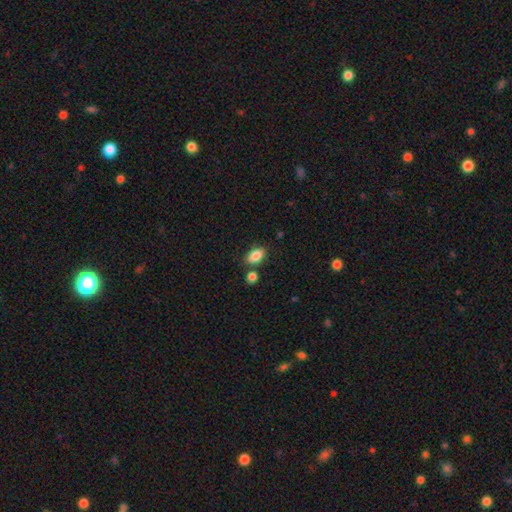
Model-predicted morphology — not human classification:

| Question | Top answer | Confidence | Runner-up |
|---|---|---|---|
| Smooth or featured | smooth | 85% | star or artifact (8%) |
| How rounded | in between | 87% | round (11%) |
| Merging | none | 72% | minor disturbance (13%) |